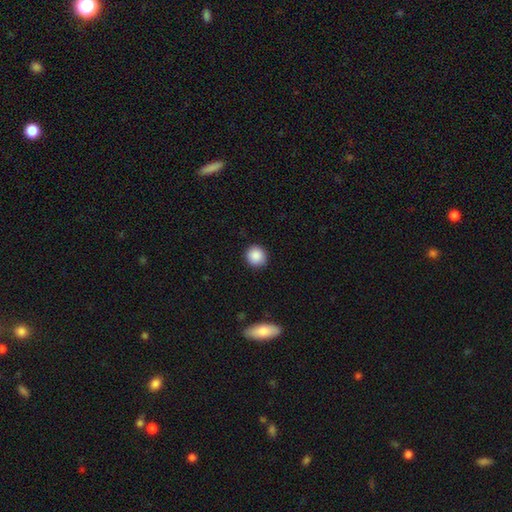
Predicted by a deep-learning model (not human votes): smooth 88%, star or artifact 8%, featured or disk 4%. Down the decision tree: how rounded — round (91%); merging — none (89%).